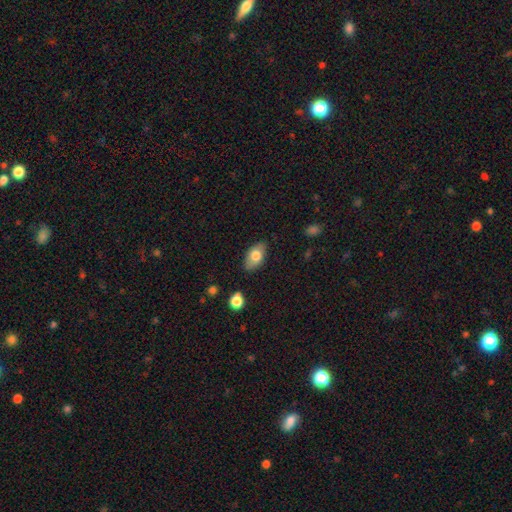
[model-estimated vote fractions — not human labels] Smooth or featured: smooth — 74% (featured or disk — 19%)
How rounded: in between — 92% (round — 6%)
Merging: none — 80% (minor disturbance — 15%)